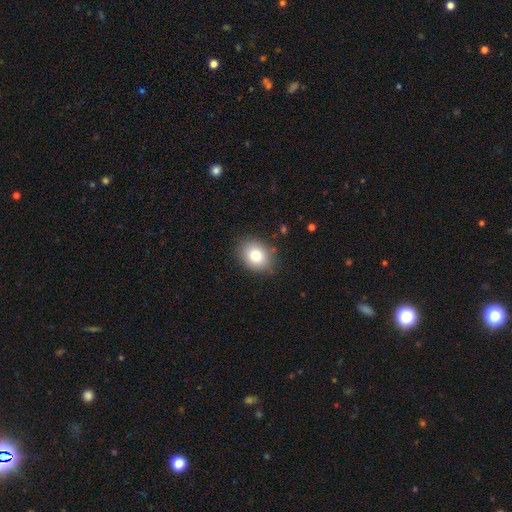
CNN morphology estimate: This appears to be a smooth galaxy with no disk features (81%) that is in between round and cigar-shaped (55%). Merging: none (86%).